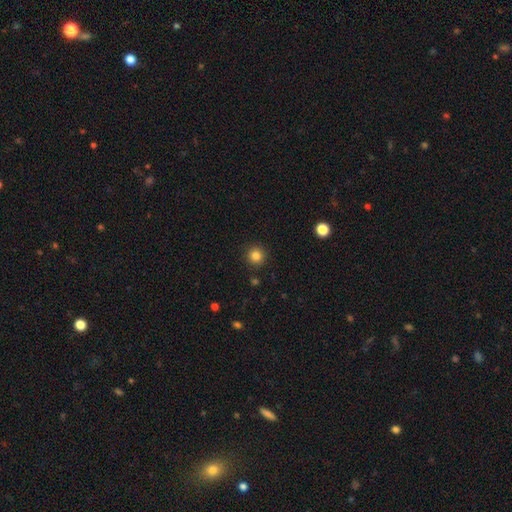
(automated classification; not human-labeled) The model was most divided on "smooth or featured": smooth: 84%, star or artifact: 12%, featured or disk: 5%. More confident: how rounded — round (95%); merging — none (91%).